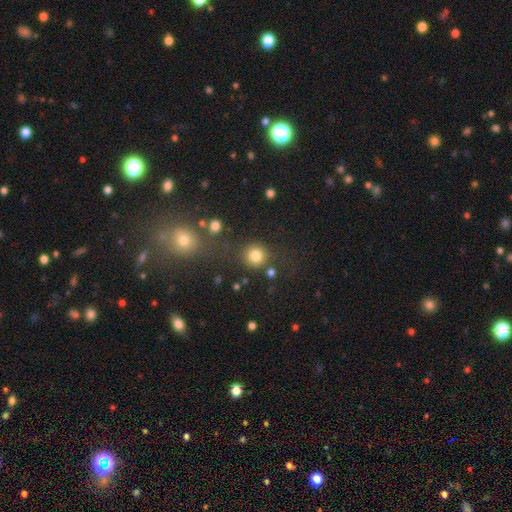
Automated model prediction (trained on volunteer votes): A smooth galaxy with no disk features (81%) that is round (90%). Merging: none (77%).